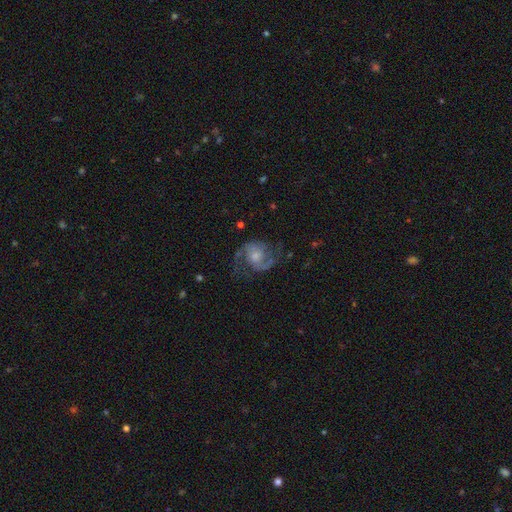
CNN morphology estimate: A featured or disk galaxy (83%) with no bar (63%), 2 (87%) medium (56%) spiral arms (96%) and a moderate central bulge (46%).

Vote fractions:
- Smooth or featured? featured or disk: 83% / smooth: 9% / star or artifact: 8%
- Edge-on disk? no: 98% / yes: 2%
- Bar? no: 63% / weak: 31% / strong: 6%
- Spiral arms? yes: 96% / no: 4%
- Spiral winding? medium: 56% / loose: 24% / tight: 20%
- Spiral arm count? 2: 87% / can't tell: 4% / 3: 4% / 1: 3% / 4: 1% / more than 4: 1%
- Bulge size? moderate: 46% / small: 36% / large: 9% / none: 7% / dominant: 2%
- Merging? none: 72% / minor disturbance: 16% / major disturbance: 11% / merger: 1%